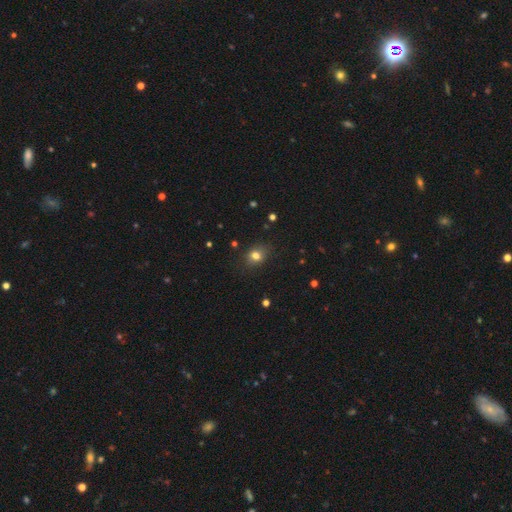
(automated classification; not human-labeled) Smooth or featured? Predicted: smooth (p=0.77). How rounded? Predicted: round (p=0.55). Merging? Predicted: none (p=0.81).